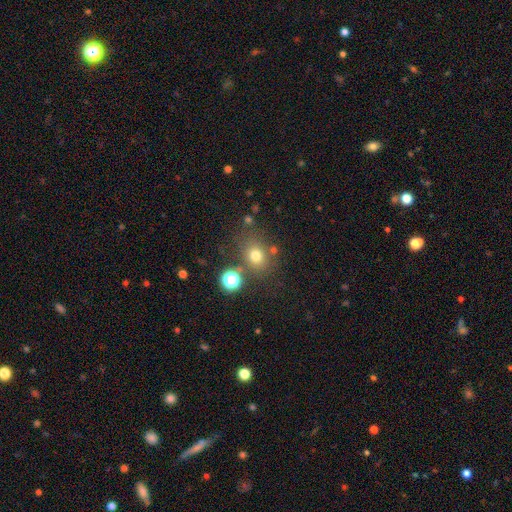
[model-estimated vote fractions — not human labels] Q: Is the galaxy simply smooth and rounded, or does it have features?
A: smooth — 72%.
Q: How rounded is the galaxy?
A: round — 63%.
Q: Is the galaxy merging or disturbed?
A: none — 72%.